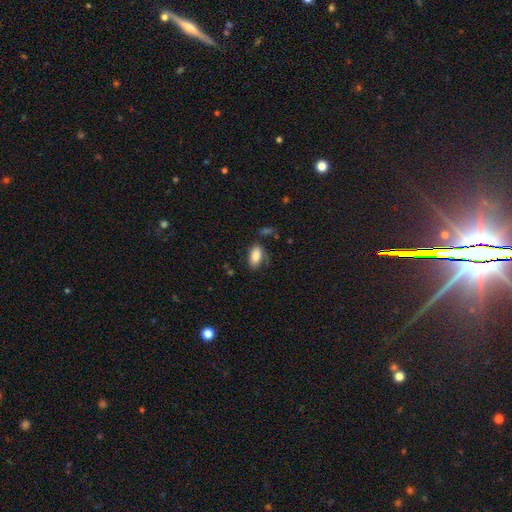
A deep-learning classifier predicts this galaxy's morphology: A smooth galaxy with no disk features (84%) that is in between round and cigar-shaped (92%).

Vote fractions:
- Smooth or featured? smooth: 84% / featured or disk: 9% / star or artifact: 7%
- How rounded? in between: 92% / cigar-shaped: 4% / round: 4%
- Merging? none: 67% / minor disturbance: 22% / major disturbance: 8% / merger: 4%